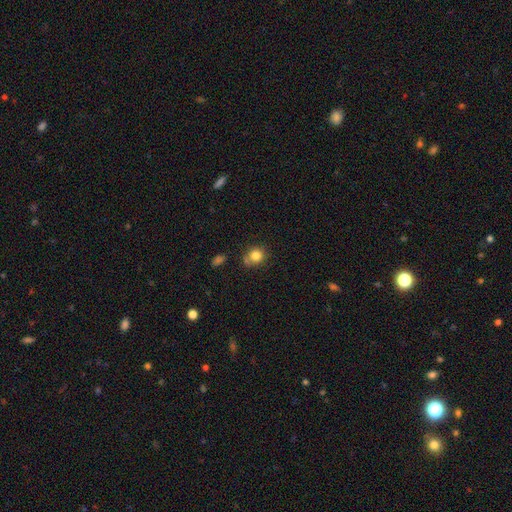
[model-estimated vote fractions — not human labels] Smooth or featured: smooth — 82% (star or artifact — 11%)
How rounded: round — 79% (in between — 20%)
Merging: none — 64% (minor disturbance — 20%)